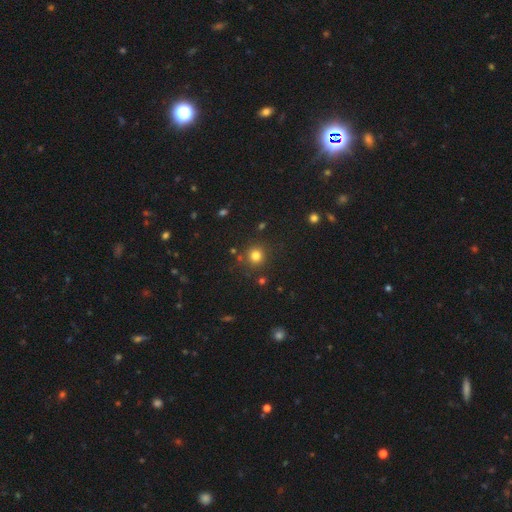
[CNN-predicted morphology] This is likely a smooth galaxy (79%). How rounded: clearly round (92%). Merging: clearly none (85%).